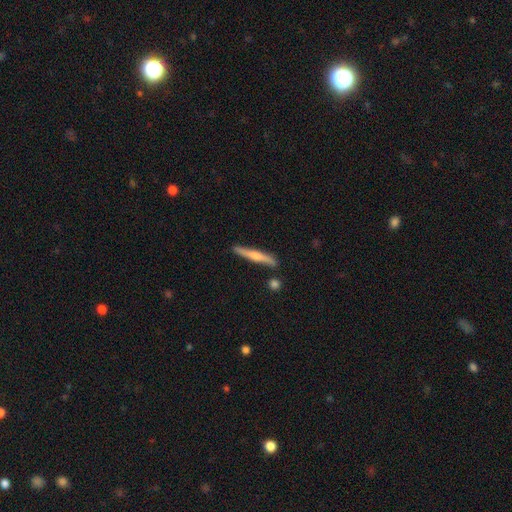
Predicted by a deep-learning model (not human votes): This appears to be a smooth galaxy with no disk features (51%) that is cigar-shaped (93%). Merging: none (82%).